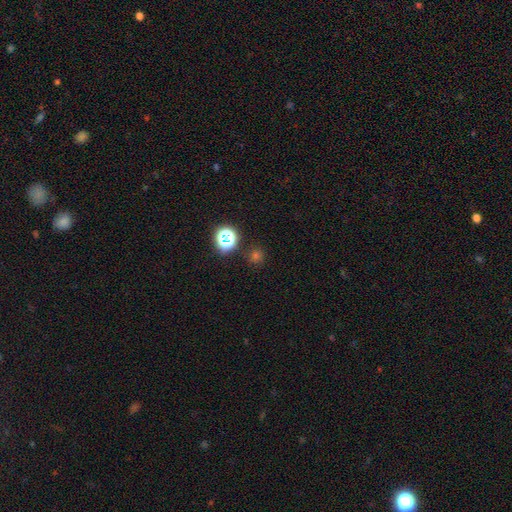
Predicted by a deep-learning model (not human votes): Smooth or featured: smooth — 57% (star or artifact — 37%)
How rounded: round — 91% (in between — 8%)
Merging: none — 85% (minor disturbance — 7%)